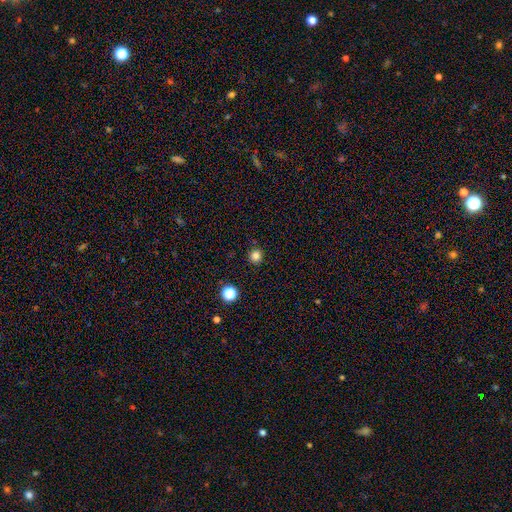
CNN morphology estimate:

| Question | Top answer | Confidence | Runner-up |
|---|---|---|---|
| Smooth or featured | smooth | 82% | star or artifact (14%) |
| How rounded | round | 94% | in between (6%) |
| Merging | none | 89% | minor disturbance (7%) |